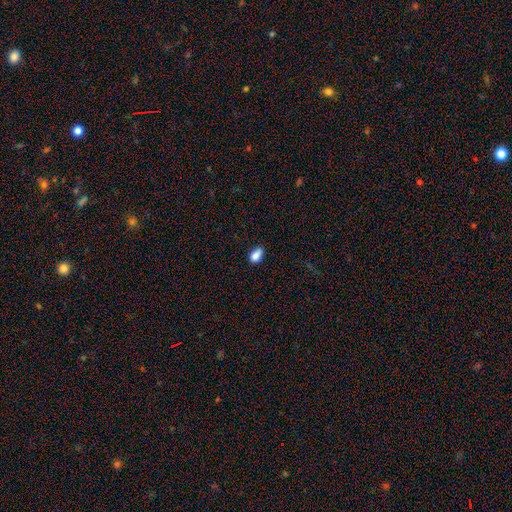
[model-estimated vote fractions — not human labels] Smooth or featured: smooth — 85% (star or artifact — 9%)
How rounded: in between — 87% (round — 11%)
Merging: none — 72% (minor disturbance — 21%)